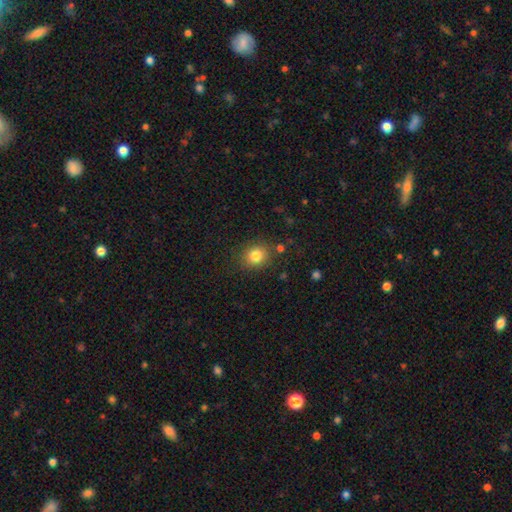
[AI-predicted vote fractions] Q: Smooth or featured?
A: smooth (82%); runner-up: star or artifact (12%)
Q: How rounded?
A: round (75%); runner-up: in between (24%)
Q: Merging?
A: none (84%); runner-up: minor disturbance (10%)